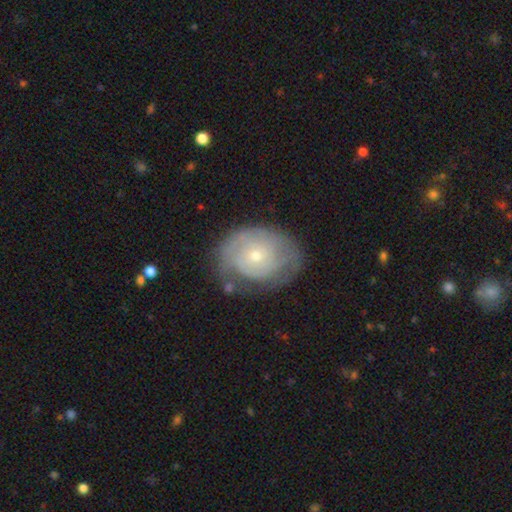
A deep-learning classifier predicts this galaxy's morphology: smooth-or-featured: featured or disk: 63% | smooth: 30% | star or artifact: 7%
  disk-edge-on: no: 96% | yes: 4%
    bar: no: 82% | weak: 16% | strong: 3%
    has-spiral-arms: yes: 72% | no: 28%
    bulge-size: small: 66% | moderate: 30% | large: 2% | none: 1% | dominant: 1%
  merging: none: 62% | minor disturbance: 24% | major disturbance: 11% | merger: 3%